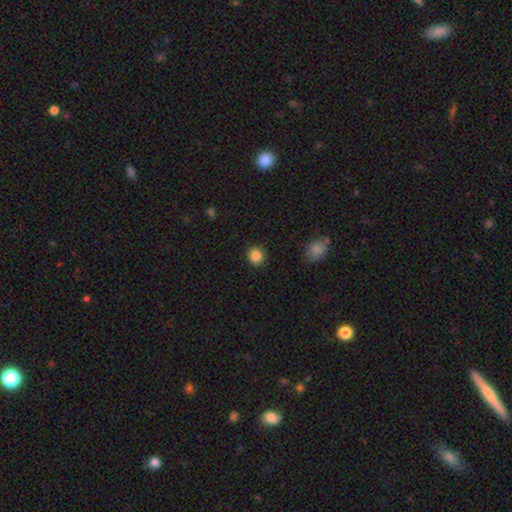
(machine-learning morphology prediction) This appears to be a smooth galaxy with no disk features (87%) that is round (82%). Merging: none (89%).